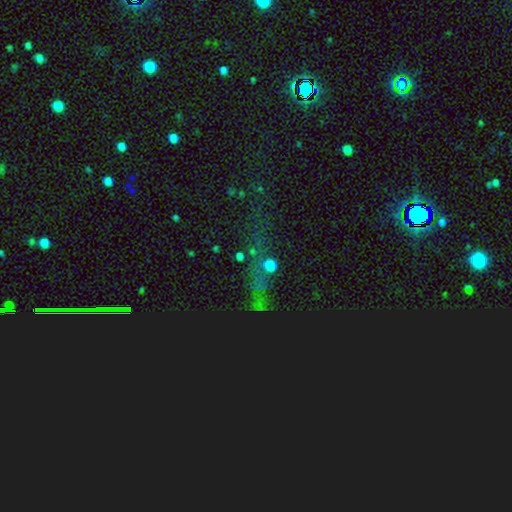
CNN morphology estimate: smooth_or_featured: star or artifact (p=0.68) [alt: smooth p=0.19]